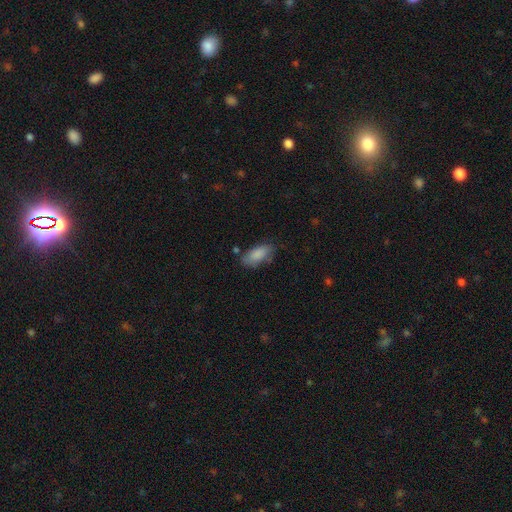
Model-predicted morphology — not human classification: Smooth or featured? smooth (83%)
How rounded? in between (86%)
Merging? none (73%)